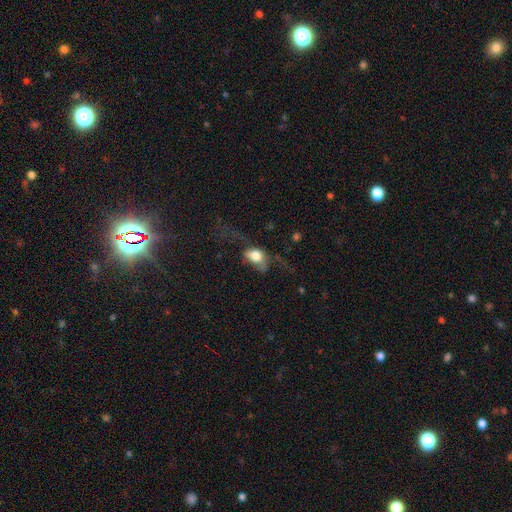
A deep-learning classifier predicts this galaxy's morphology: This is likely a smooth galaxy (64%). How rounded: likely in between (67%). Merging: possibly major disturbance (54%).